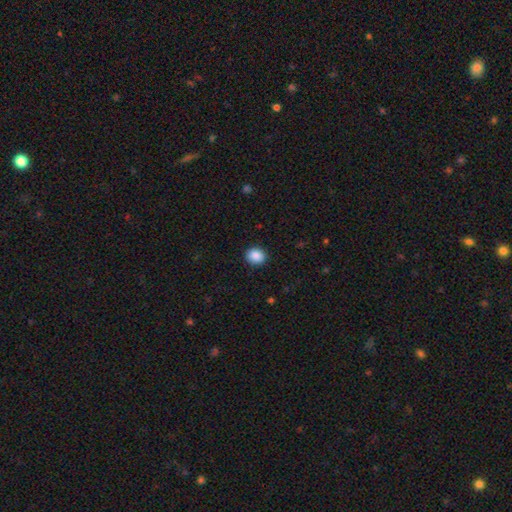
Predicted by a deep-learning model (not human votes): smooth 89%, star or artifact 8%, featured or disk 3%. Down the decision tree: how rounded — round (66%); merging — none (90%).